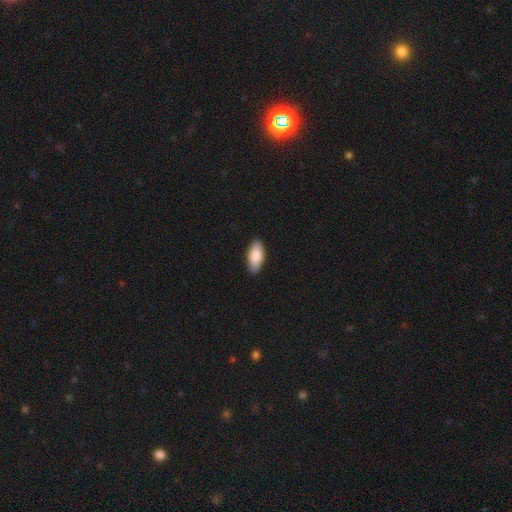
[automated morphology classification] type=smooth (87%); roundness=in between (88%); merging=none (89%).